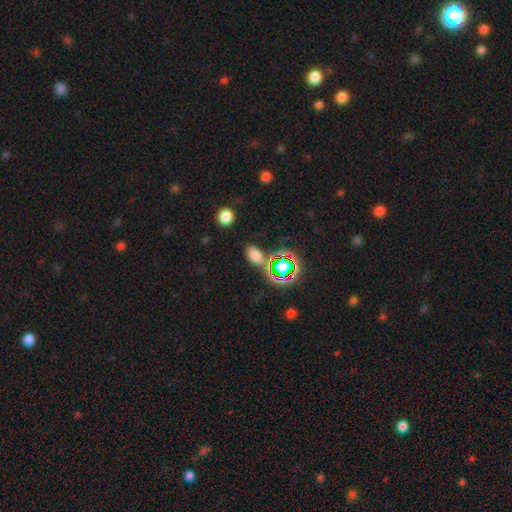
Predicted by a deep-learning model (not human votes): The model was most divided on "smooth or featured": smooth: 65%, star or artifact: 27%, featured or disk: 8%. More confident: how rounded — in between (85%); merging — none (74%).